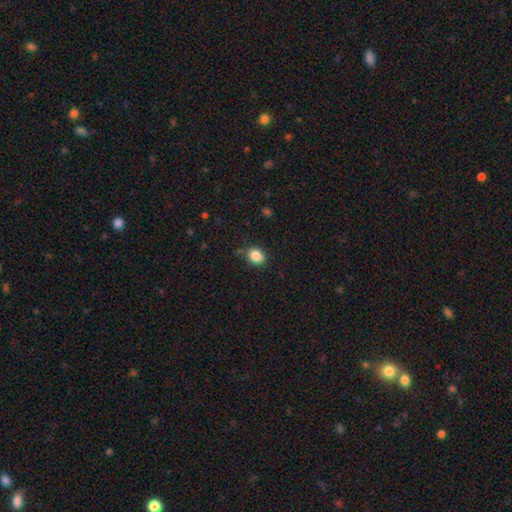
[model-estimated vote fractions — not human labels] Morphology: type=smooth (86%); roundness=round (53%); merging=none (82%).